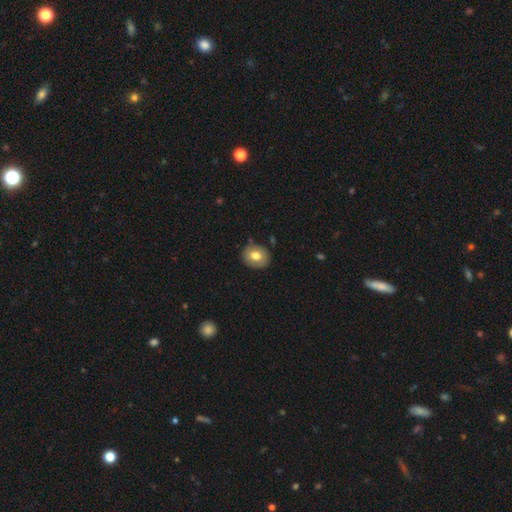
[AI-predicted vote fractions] A smooth galaxy with no disk features (74%) that is round (68%). Merging: none (84%).